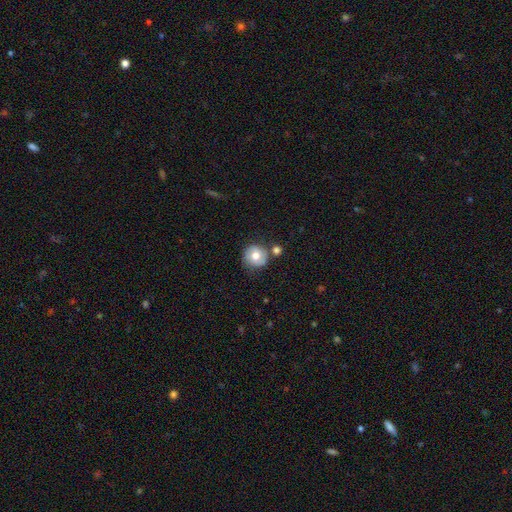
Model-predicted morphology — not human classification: Smooth or featured? Predicted: smooth (p=0.70). How rounded? Predicted: round (p=0.92). Merging? Predicted: none (p=0.70).